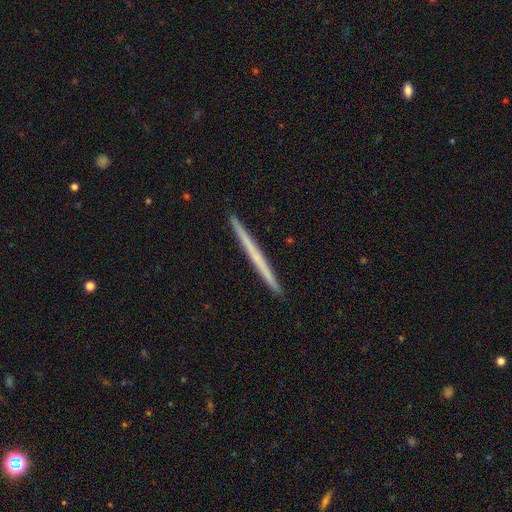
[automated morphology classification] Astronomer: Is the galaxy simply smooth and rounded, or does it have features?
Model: smooth — 48% (runner-up: featured or disk, 47%).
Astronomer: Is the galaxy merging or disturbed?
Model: none — 94%.